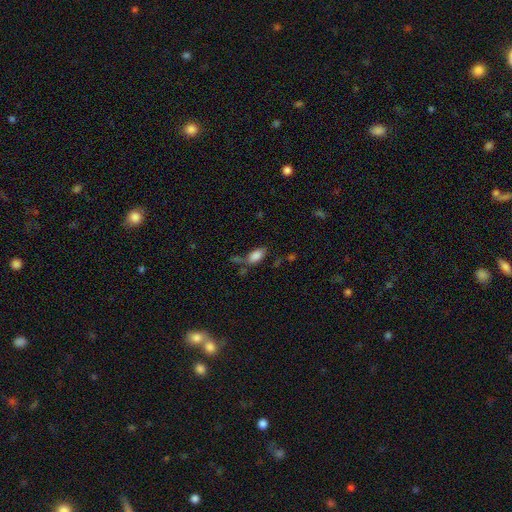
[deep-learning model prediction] Smooth or featured? smooth (84%)
How rounded? in between (92%)
Merging? none (56%)